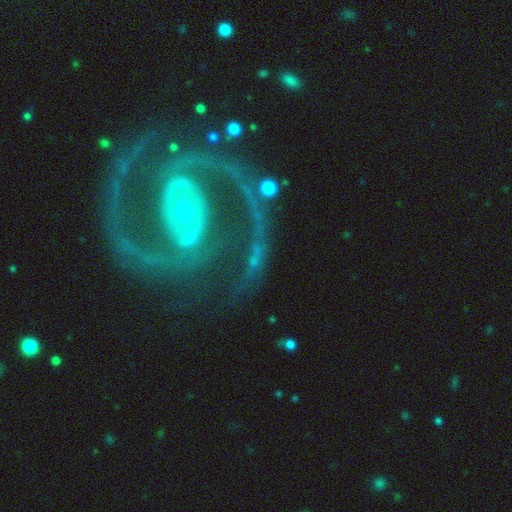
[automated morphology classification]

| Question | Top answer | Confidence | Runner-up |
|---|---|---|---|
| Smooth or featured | featured or disk | 85% | smooth (8%) |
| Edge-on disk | no | 96% | yes (4%) |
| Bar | no | 48% | strong (27%) |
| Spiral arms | yes | 84% | no (16%) |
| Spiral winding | medium | 41% | tight (34%) |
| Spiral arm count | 2 | 76% | can't tell (8%) |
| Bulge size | moderate | 53% | small (38%) |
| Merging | none | 62% | major disturbance (19%) |